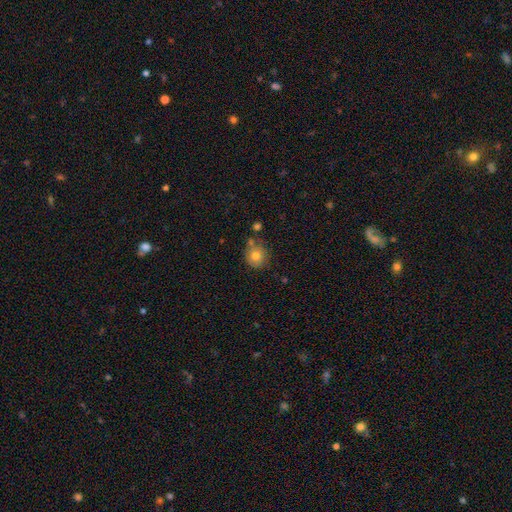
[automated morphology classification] A smooth galaxy with no disk features (78%) that is round (84%). Merging: none (67%).